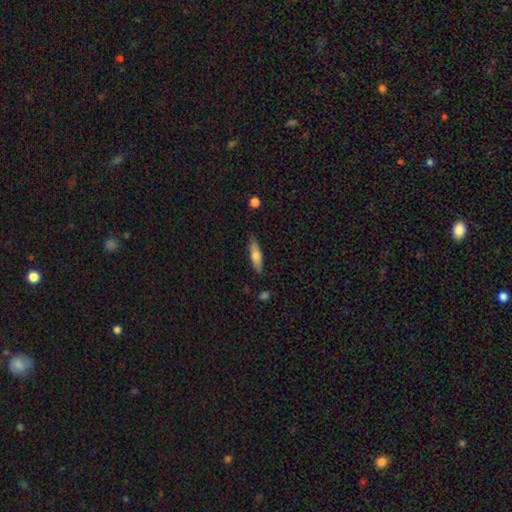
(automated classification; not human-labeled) This appears to be a smooth galaxy with no disk features (72%) that is cigar-shaped (62%). Merging: none (83%).